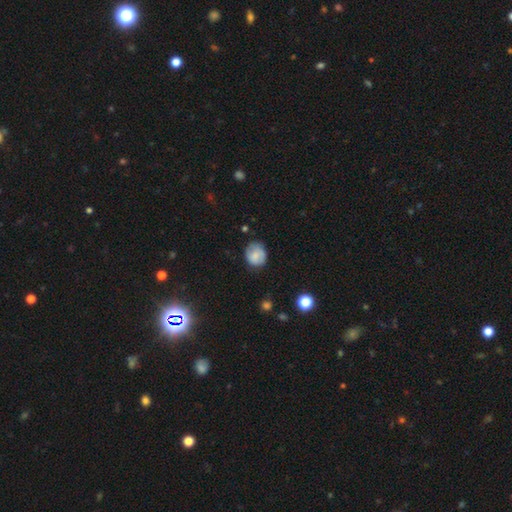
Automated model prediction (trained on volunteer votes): Morphology: type=smooth (74%); roundness=round (68%); merging=none (67%).